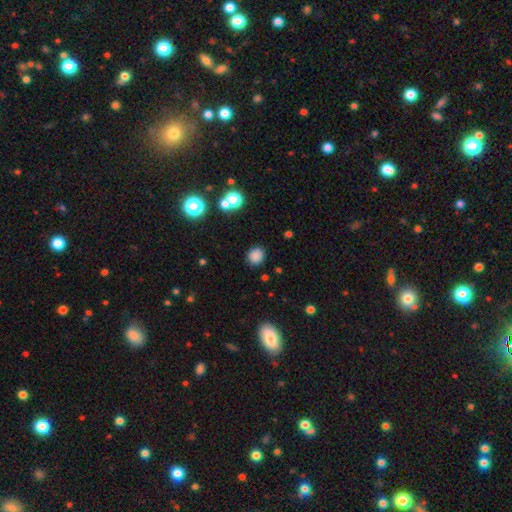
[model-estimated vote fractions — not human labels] A smooth galaxy with no disk features (82%) that is round (80%). Merging: none (86%).